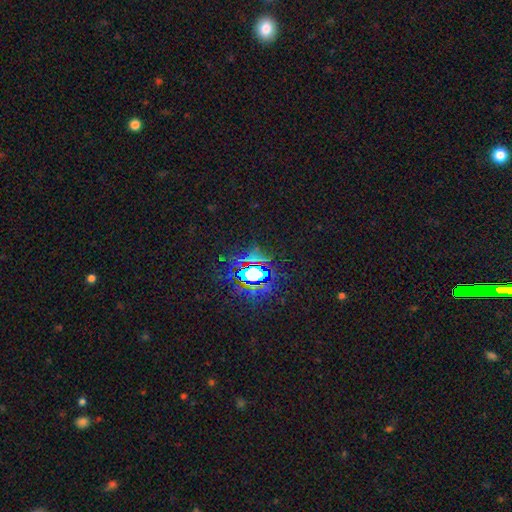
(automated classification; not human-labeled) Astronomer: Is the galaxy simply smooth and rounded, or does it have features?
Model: star or artifact — 82%.